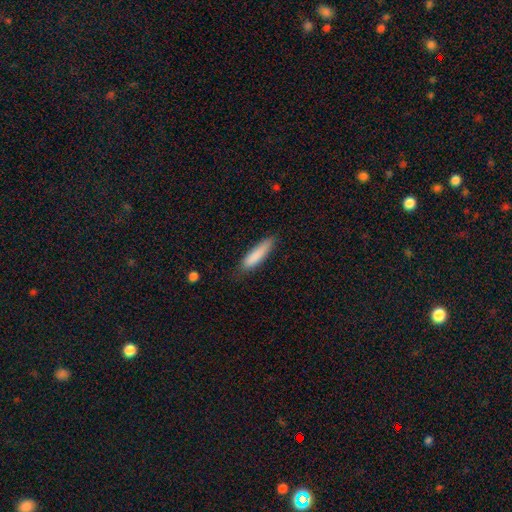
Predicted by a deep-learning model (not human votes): smooth_or_featured: smooth (p=0.85) [alt: featured or disk p=0.09]
how_rounded: cigar-shaped (p=0.76) [alt: in between p=0.23]
merging: none (p=0.74) [alt: minor disturbance p=0.21]